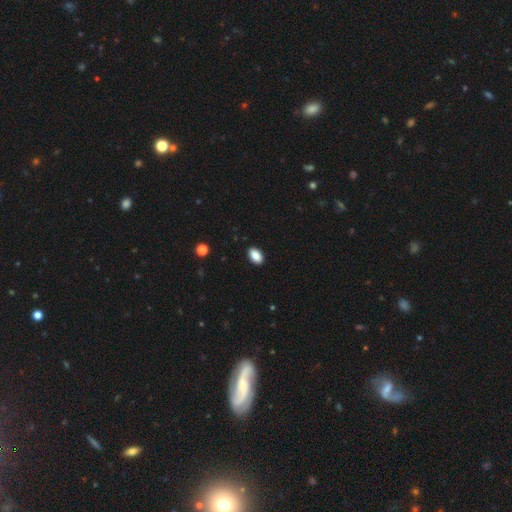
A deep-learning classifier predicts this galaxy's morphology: The model was most divided on "smooth or featured": smooth: 88%, star or artifact: 8%, featured or disk: 4%. More confident: how rounded — in between (92%); merging — none (90%).